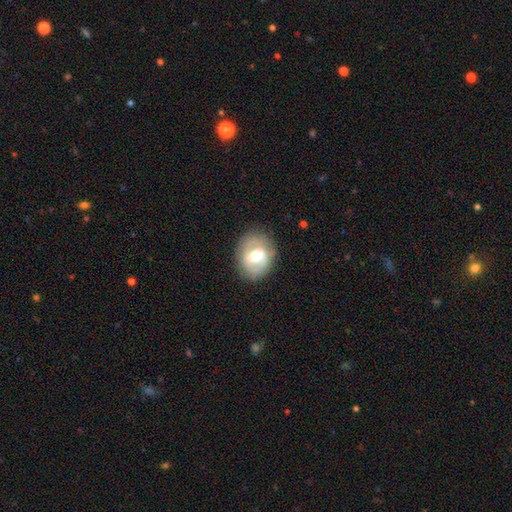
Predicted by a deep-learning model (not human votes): The model was most divided on "bar": weak: 47%, no: 27%, strong: 26%. More confident: edge-on disk — no (96%); merging — none (80%); bulge size — moderate (69%); spiral arms — yes (68%); smooth or featured — featured or disk (63%).